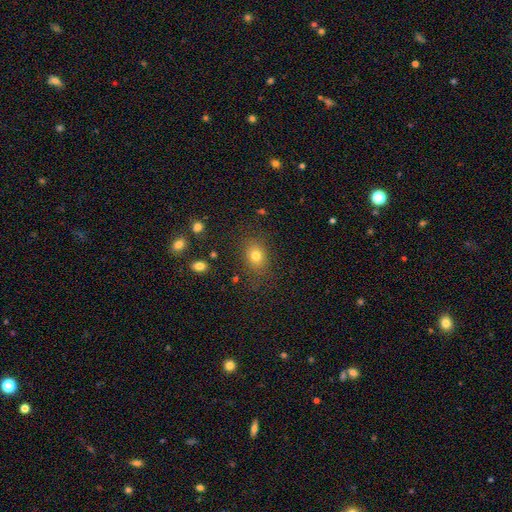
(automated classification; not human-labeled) Morphology: type=smooth (78%); roundness=in between (52%); merging=none (82%).